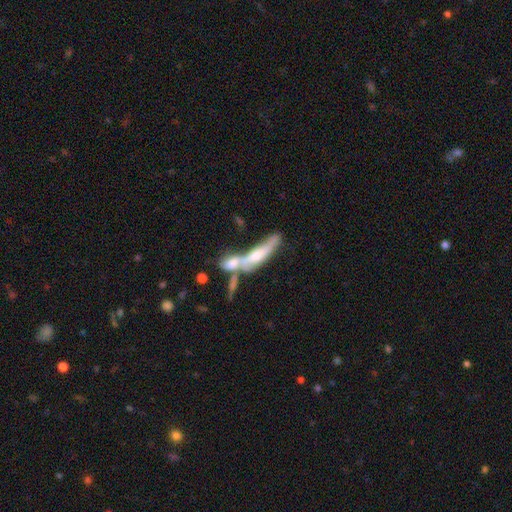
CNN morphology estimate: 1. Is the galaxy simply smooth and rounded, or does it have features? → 57% featured or disk, 35% smooth, 9% star or artifact.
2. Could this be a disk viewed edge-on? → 58% yes, 42% no.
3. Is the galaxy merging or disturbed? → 58% merger, 21% none, 11% minor disturbance, 10% major disturbance.